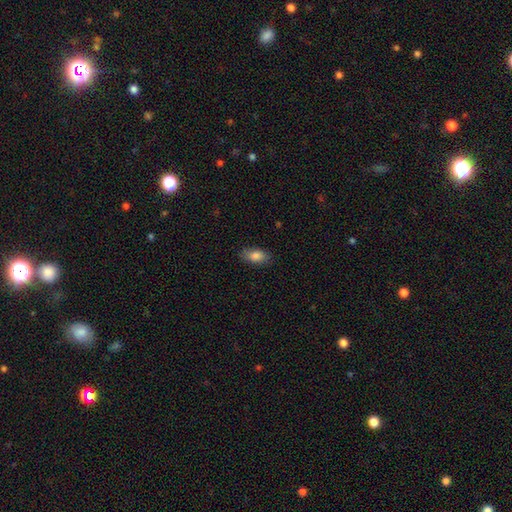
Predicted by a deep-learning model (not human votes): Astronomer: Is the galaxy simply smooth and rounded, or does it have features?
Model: smooth — 84%.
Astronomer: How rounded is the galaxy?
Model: in between — 88%.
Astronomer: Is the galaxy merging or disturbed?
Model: none — 82%.